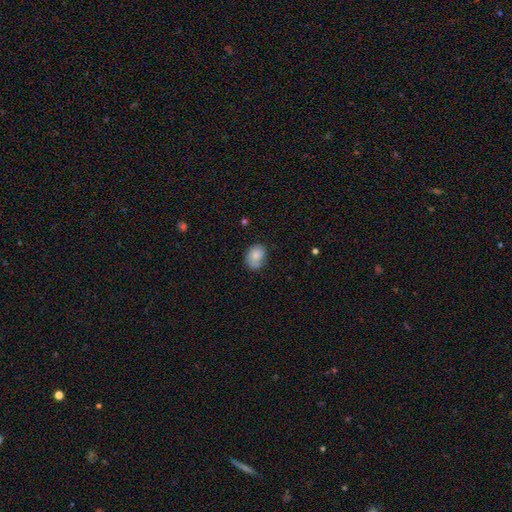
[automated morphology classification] The model was most divided on "how rounded": in between: 65%, round: 34%, cigar-shaped: 1%. More confident: smooth or featured — smooth (78%); merging — none (60%).